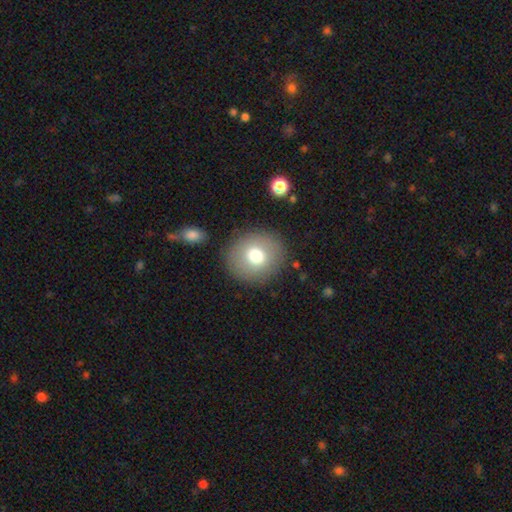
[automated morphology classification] smooth 74%, featured or disk 16%, star or artifact 10%. Down the decision tree: how rounded — round (84%); merging — none (86%).